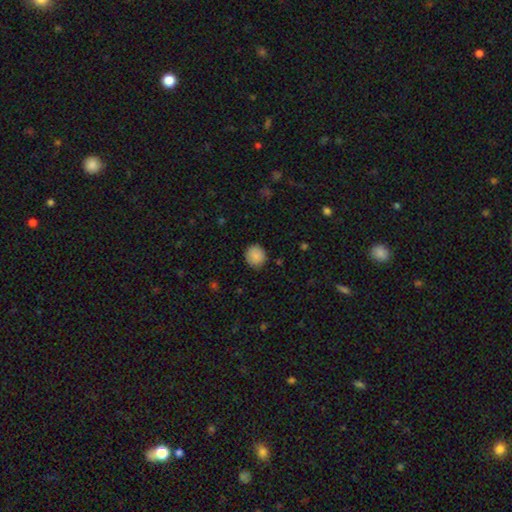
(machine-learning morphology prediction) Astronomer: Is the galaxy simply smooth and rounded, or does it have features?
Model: smooth — 88%.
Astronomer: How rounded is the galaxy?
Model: round — 90%.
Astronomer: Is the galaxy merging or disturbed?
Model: none — 88%.